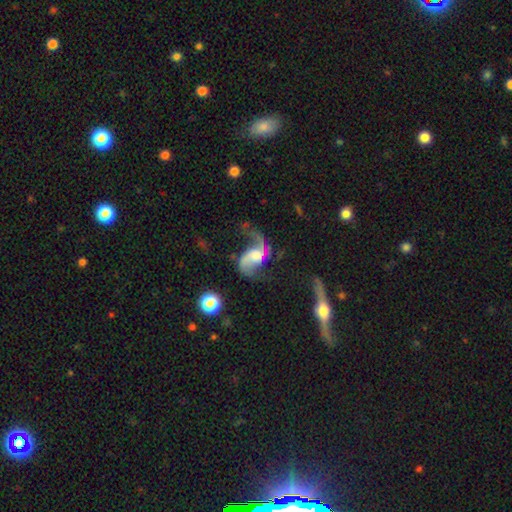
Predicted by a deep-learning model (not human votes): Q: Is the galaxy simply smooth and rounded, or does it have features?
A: featured or disk — 83%.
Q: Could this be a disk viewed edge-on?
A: no — 97%.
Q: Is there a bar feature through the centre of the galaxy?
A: no — 53%.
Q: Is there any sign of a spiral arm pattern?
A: yes — 94%.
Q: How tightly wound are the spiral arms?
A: loose — 73%.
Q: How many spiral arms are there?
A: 2 — 81%.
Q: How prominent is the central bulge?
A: moderate — 38%.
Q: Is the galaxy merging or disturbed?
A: none — 39%.